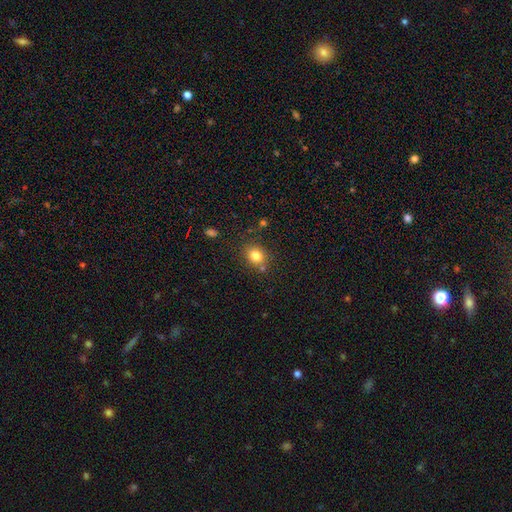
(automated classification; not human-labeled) smooth-or-featured: smooth: 82% | star or artifact: 11% | featured or disk: 7%
  how-rounded: round: 66% | in between: 33% | cigar-shaped: 1%
  merging: none: 75% | minor disturbance: 12% | merger: 9% | major disturbance: 4%